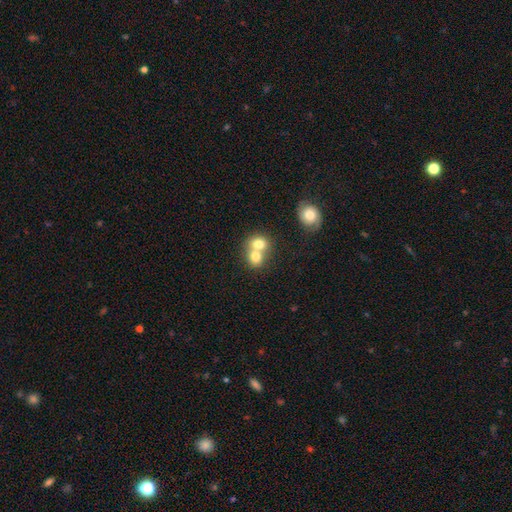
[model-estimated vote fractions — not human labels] Smooth or featured?
  - smooth: 74% *
  - featured or disk: 17%
  - star or artifact: 9%
How rounded?
  - round: 67% *
  - in between: 32%
  - cigar-shaped: 1%
Merging?
  - merger: 68% *
  - none: 24%
  - minor disturbance: 5%
  - major disturbance: 2%